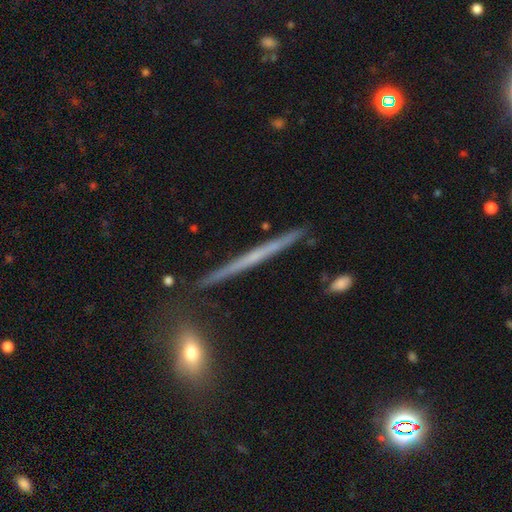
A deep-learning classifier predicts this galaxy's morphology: type=featured or disk (62%); edge-on=yes (97%); edge-on bulge=none (83%); merging=none (89%).